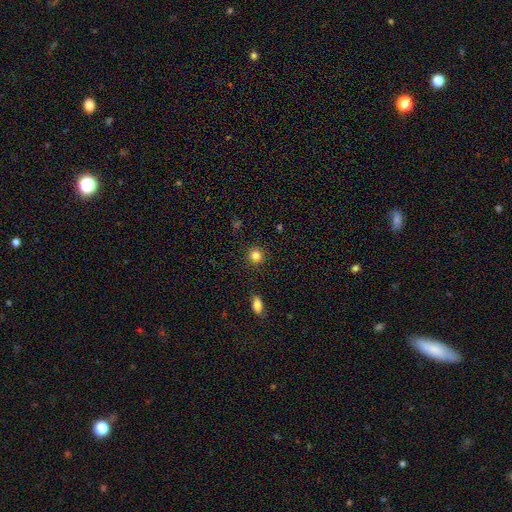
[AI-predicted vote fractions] The model was most divided on "smooth or featured": smooth: 83%, star or artifact: 12%, featured or disk: 6%. More confident: how rounded — round (90%); merging — none (90%).